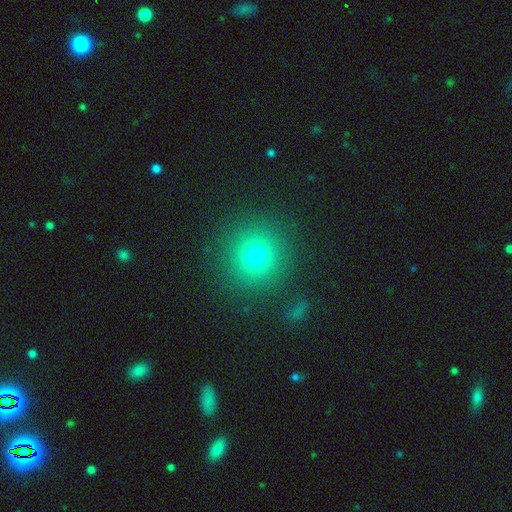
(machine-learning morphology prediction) Smooth or featured? Predicted: smooth (p=0.73). How rounded? Predicted: round (p=0.94). Merging? Predicted: none (p=0.89).